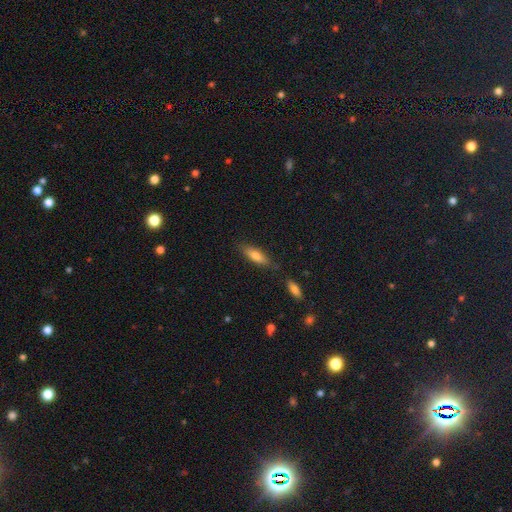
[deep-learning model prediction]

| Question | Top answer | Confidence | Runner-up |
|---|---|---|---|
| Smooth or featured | smooth | 70% | featured or disk (22%) |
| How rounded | cigar-shaped | 53% | in between (45%) |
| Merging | none | 78% | minor disturbance (14%) |